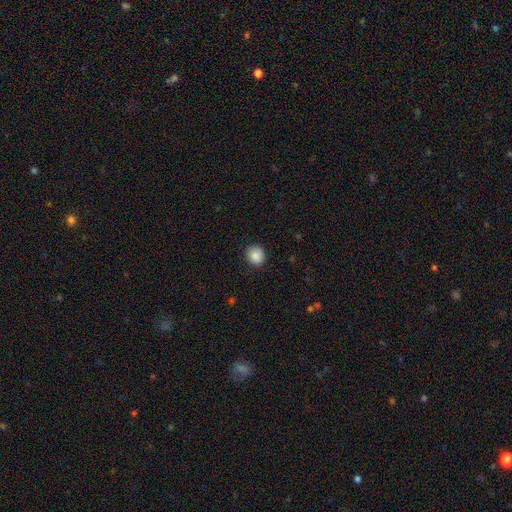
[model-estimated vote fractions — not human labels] Overall: smooth (87%). How rounded: round (84%). Merging: none (89%).